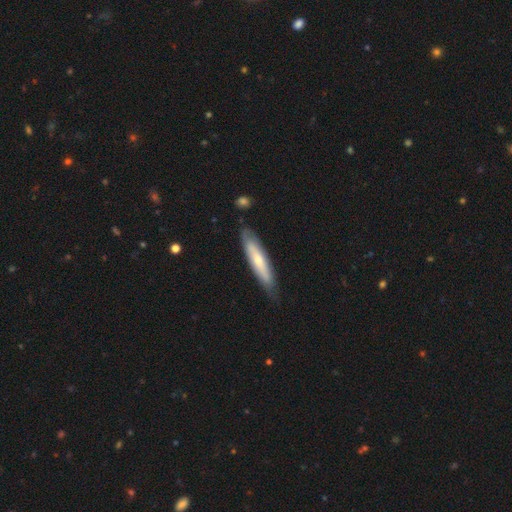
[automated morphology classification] type=smooth (48%); merging=none (82%).